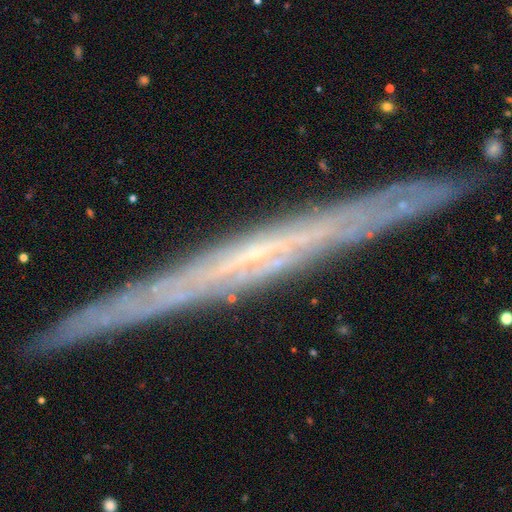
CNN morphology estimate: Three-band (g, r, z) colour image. It shows a featured or disk galaxy (71%) viewed edge-on (96%) with no central bulge (74%). Merging: none (90%).